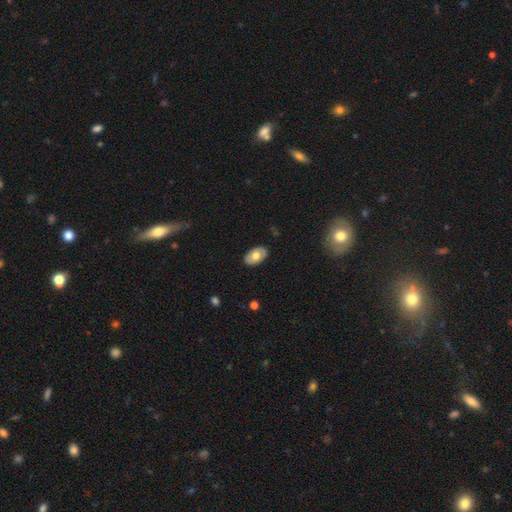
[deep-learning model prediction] smooth-or-featured: smooth: 61% | featured or disk: 33% | star or artifact: 6%
  how-rounded: in between: 92% | round: 7% | cigar-shaped: 1%
  merging: none: 86% | minor disturbance: 11% | major disturbance: 2% | merger: 1%